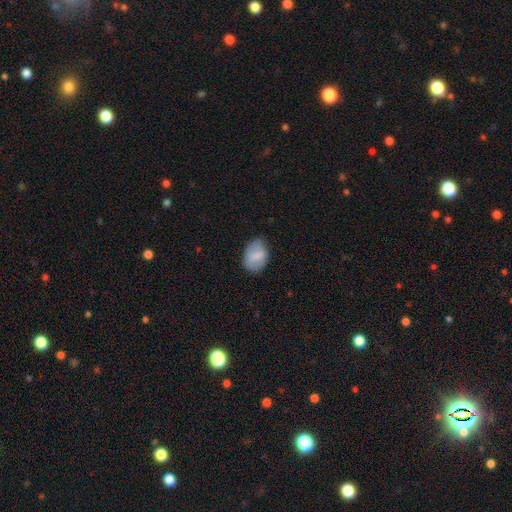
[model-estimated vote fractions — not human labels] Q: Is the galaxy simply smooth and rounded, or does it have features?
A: smooth — 74%.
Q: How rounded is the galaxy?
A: in between — 77%.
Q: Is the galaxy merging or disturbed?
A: none — 70%.